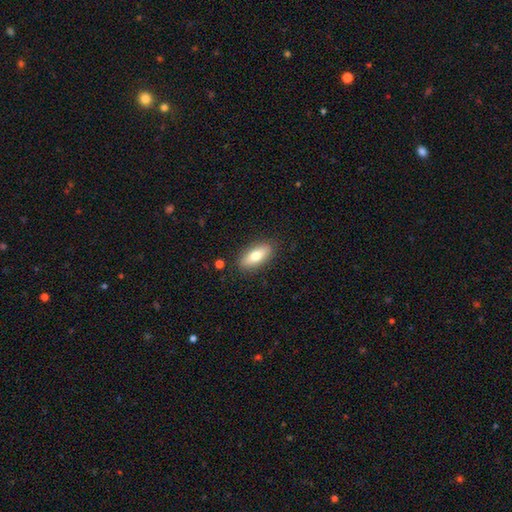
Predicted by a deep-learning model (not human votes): Smooth or featured? Predicted: smooth (p=0.72). How rounded? Predicted: in between (p=0.78). Merging? Predicted: none (p=0.87).